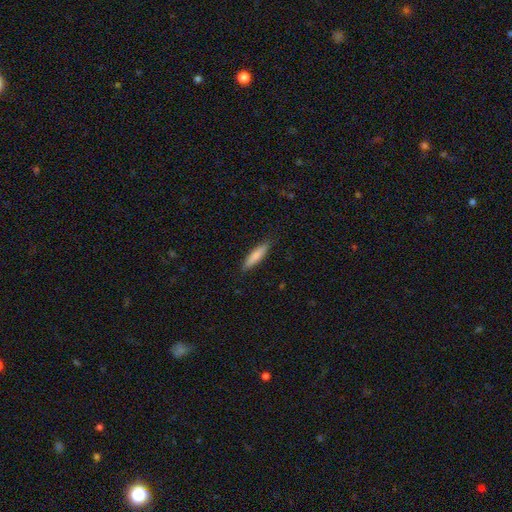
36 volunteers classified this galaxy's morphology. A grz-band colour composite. It shows a smooth galaxy with no disk features (86%) that is cigar-shaped (84%). Merging: none (97%).